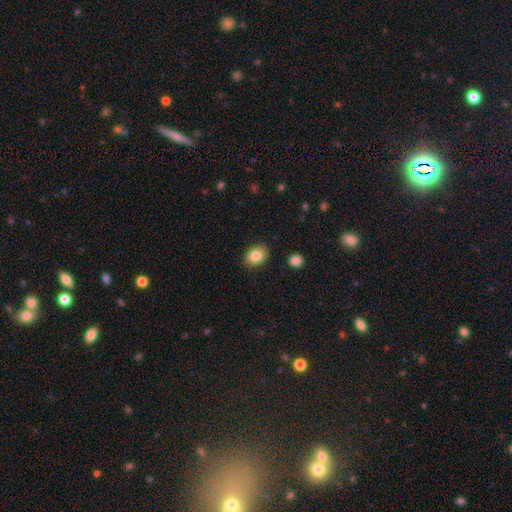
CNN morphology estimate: This appears to be a smooth galaxy with no disk features (85%) that is in between round and cigar-shaped (66%). Merging: none (88%).